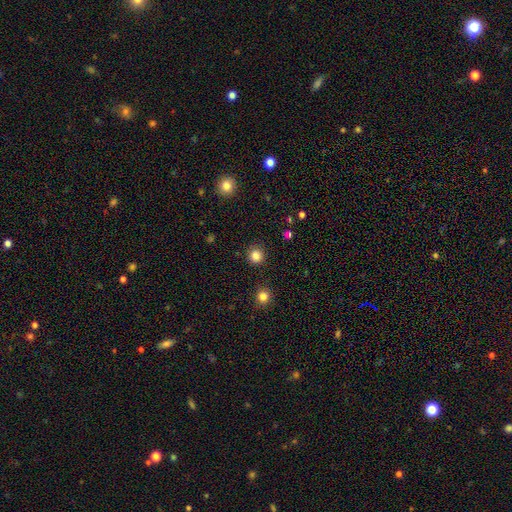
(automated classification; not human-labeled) Smooth or featured? smooth (84%)
How rounded? round (93%)
Merging? none (90%)